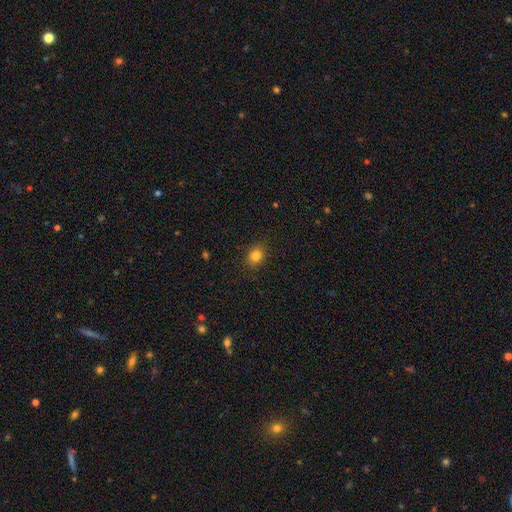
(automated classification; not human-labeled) Smooth or featured? Predicted: smooth (p=0.82). How rounded? Predicted: round (p=0.55). Merging? Predicted: none (p=0.88).